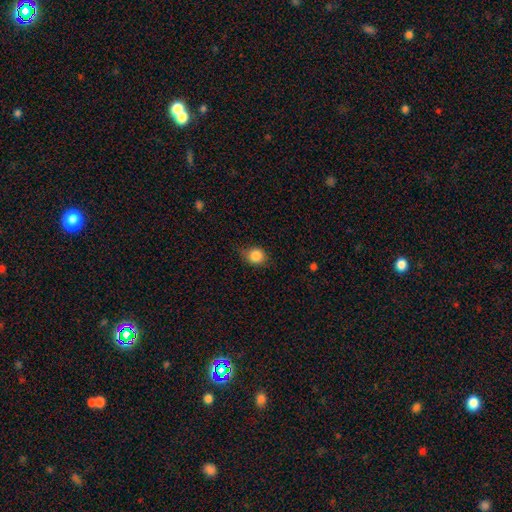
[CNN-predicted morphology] smooth_or_featured: smooth (p=0.84) [alt: star or artifact p=0.10]
how_rounded: round (p=0.70) [alt: in between p=0.29]
merging: none (p=0.68) [alt: minor disturbance p=0.25]